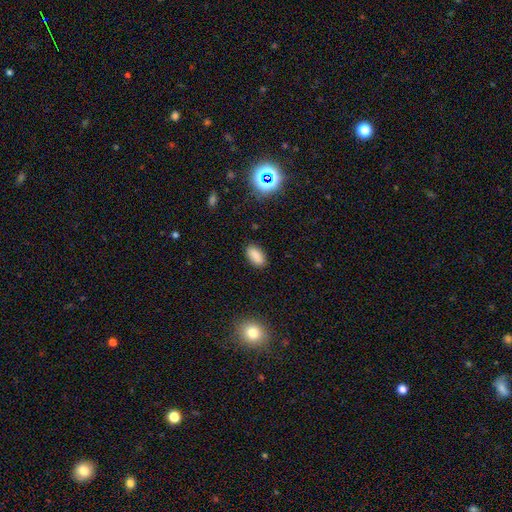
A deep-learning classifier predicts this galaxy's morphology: Smooth or featured? smooth (86%)
How rounded? in between (92%)
Merging? none (87%)